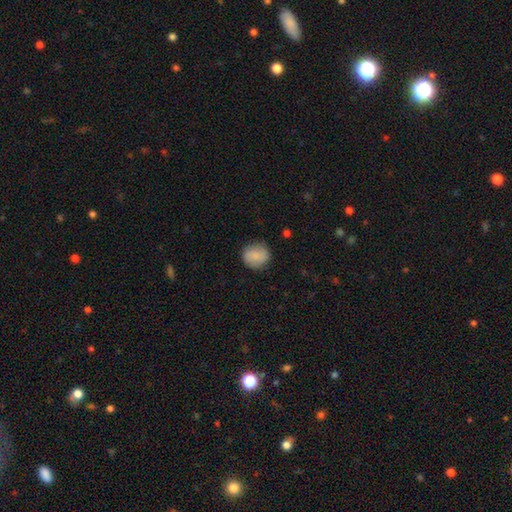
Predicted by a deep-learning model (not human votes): A smooth galaxy with no disk features (85%) that is round (86%). Merging: none (84%).